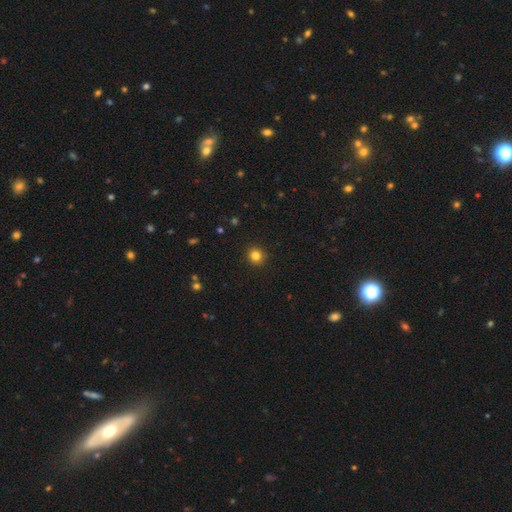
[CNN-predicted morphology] This is clearly a smooth galaxy (82%). How rounded: clearly round (92%). Merging: clearly none (92%).